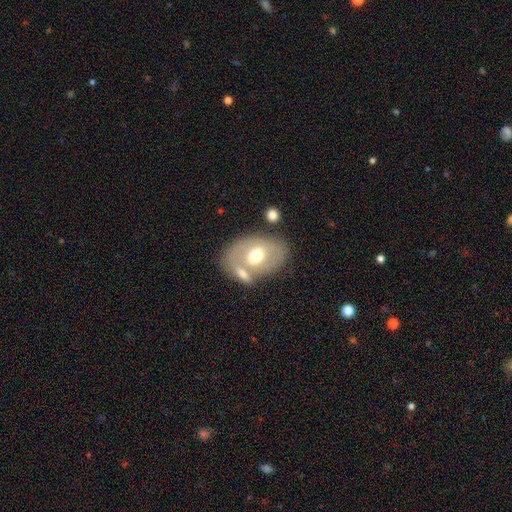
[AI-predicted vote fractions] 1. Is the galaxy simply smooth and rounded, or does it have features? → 52% featured or disk, 41% smooth, 8% star or artifact.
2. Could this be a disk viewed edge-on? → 91% no, 9% yes.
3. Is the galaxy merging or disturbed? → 57% none, 21% merger, 16% minor disturbance, 6% major disturbance.